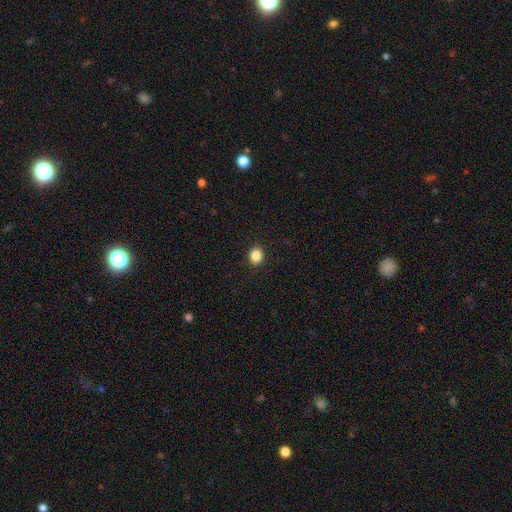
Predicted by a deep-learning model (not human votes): The model was most divided on "how rounded": round: 56%, in between: 43%, cigar-shaped: 1%. More confident: merging — none (91%); smooth or featured — smooth (87%).